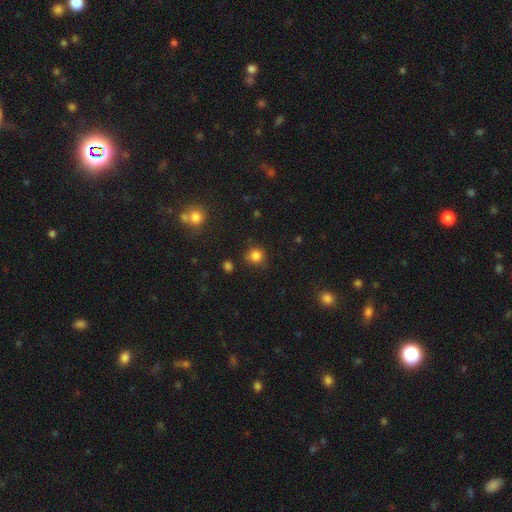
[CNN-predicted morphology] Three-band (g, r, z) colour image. It shows a smooth galaxy with no disk features (83%) that is round (87%). Merging: none (79%).